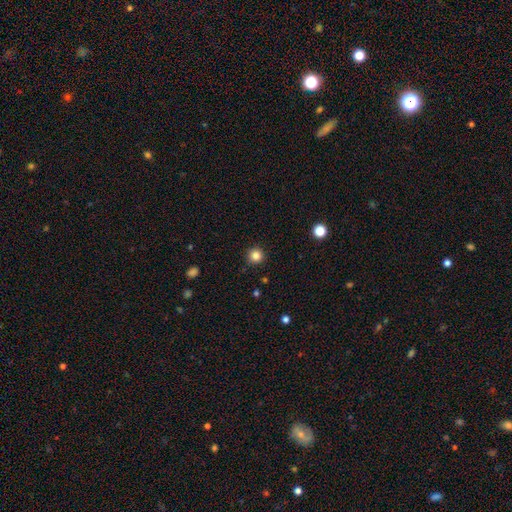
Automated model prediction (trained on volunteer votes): Smooth or featured?
  - smooth: 84% *
  - star or artifact: 12%
  - featured or disk: 4%
How rounded?
  - round: 95% *
  - in between: 4%
  - cigar-shaped: 1%
Merging?
  - none: 91% *
  - minor disturbance: 6%
  - major disturbance: 2%
  - merger: 1%